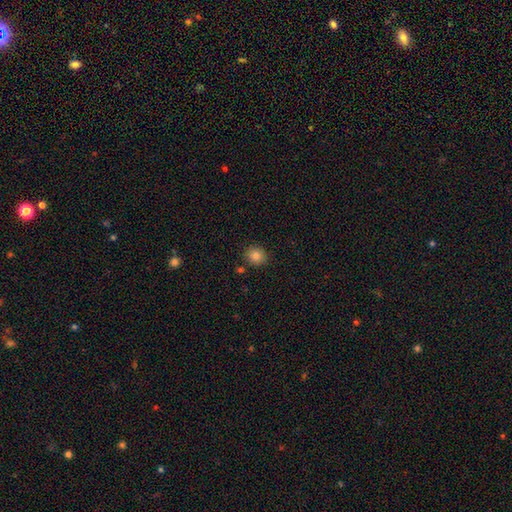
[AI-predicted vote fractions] smooth 85%, star or artifact 10%, featured or disk 5%. Down the decision tree: how rounded — round (82%); merging — none (85%).